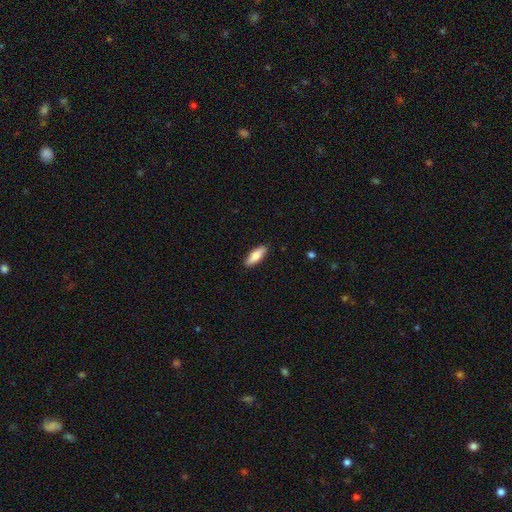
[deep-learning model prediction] Q: Smooth or featured?
A: smooth (82%); runner-up: featured or disk (12%)
Q: How rounded?
A: in between (59%); runner-up: cigar-shaped (39%)
Q: Merging?
A: none (88%); runner-up: minor disturbance (9%)